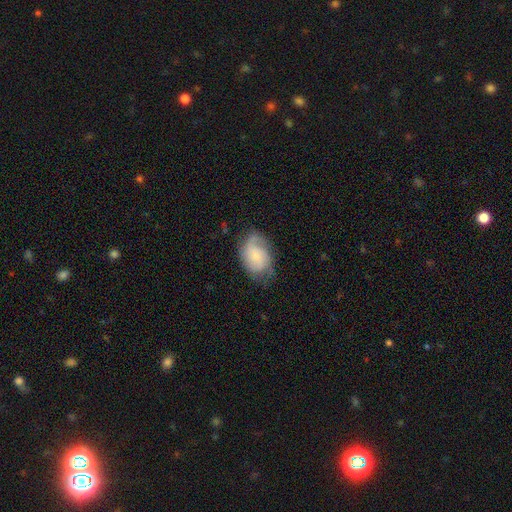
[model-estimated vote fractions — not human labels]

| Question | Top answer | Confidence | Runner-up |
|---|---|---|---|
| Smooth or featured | featured or disk | 49% | smooth (43%) |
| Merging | none | 58% | minor disturbance (27%) |